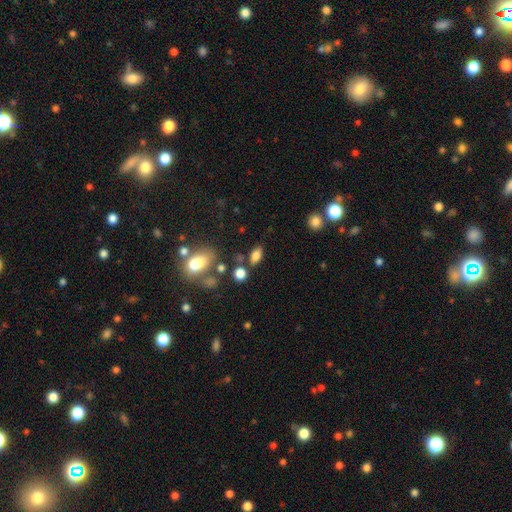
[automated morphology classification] Q: Smooth or featured?
A: smooth (79%); runner-up: star or artifact (11%)
Q: How rounded?
A: in between (85%); runner-up: round (10%)
Q: Merging?
A: none (72%); runner-up: minor disturbance (14%)